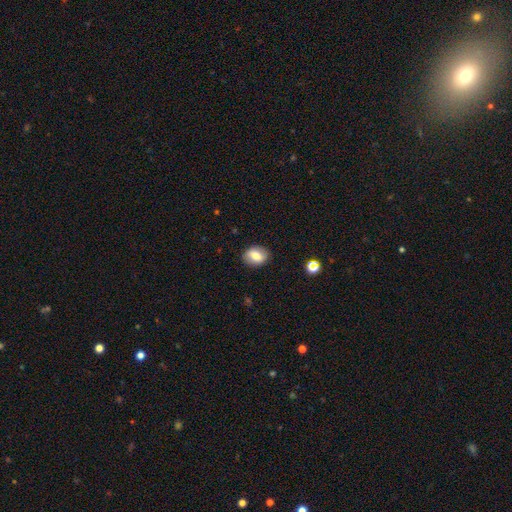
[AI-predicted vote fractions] smooth_or_featured: smooth (p=0.74) [alt: featured or disk p=0.18]
how_rounded: in between (p=0.59) [alt: round p=0.40]
merging: none (p=0.85) [alt: minor disturbance p=0.11]